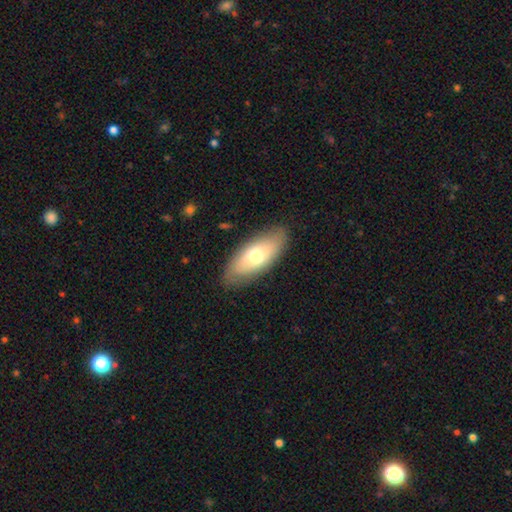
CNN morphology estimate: Smooth or featured? smooth (64%)
How rounded? in between (84%)
Merging? none (85%)